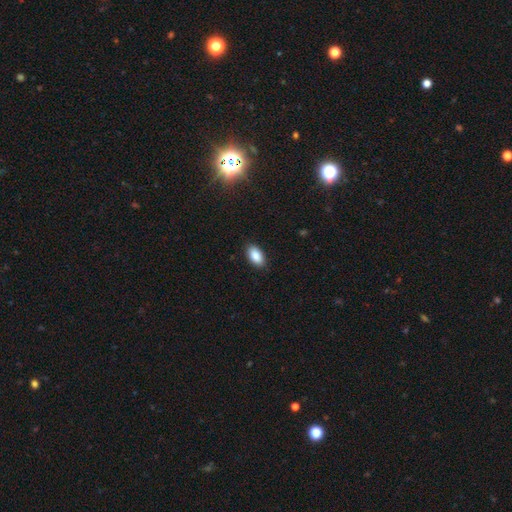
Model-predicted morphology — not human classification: type=smooth (89%); roundness=in between (94%); merging=none (88%).